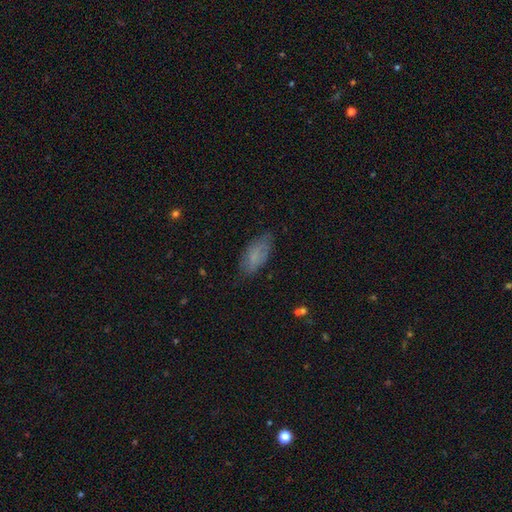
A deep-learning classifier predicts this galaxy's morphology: smooth 73%, featured or disk 19%, star or artifact 8%. Down the decision tree: how rounded — in between (86%); merging — none (73%).